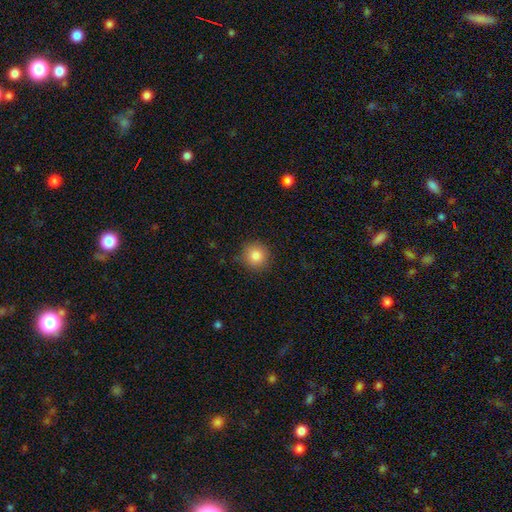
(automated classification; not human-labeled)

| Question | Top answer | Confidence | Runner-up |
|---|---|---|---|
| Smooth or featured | smooth | 84% | star or artifact (10%) |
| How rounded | round | 93% | in between (6%) |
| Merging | none | 85% | minor disturbance (11%) |